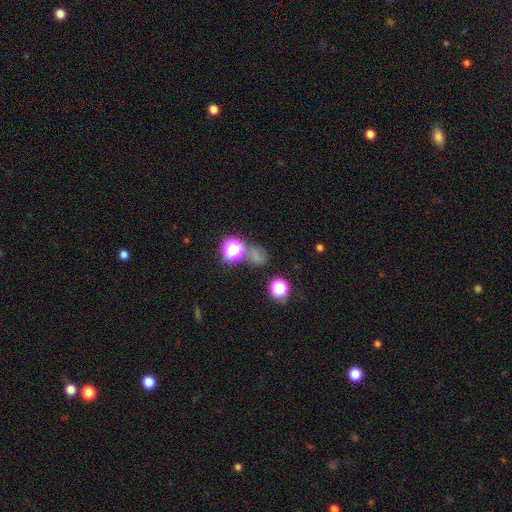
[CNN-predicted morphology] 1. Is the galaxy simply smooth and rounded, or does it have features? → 57% smooth, 35% star or artifact, 8% featured or disk.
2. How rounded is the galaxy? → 69% round, 30% in between, 2% cigar-shaped.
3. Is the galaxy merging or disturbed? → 60% none, 15% minor disturbance, 15% merger, 10% major disturbance.